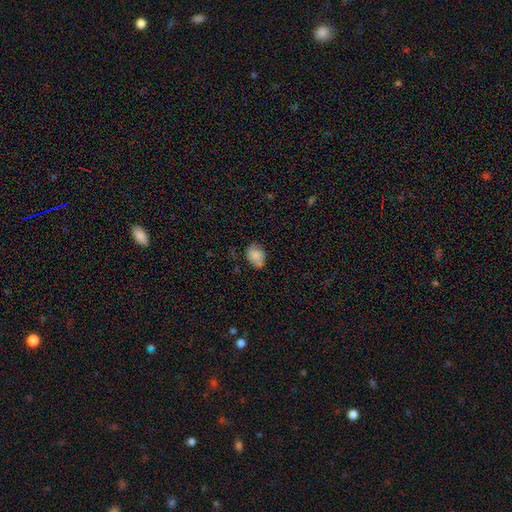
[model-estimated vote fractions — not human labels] Morphology: type=smooth (81%); roundness=in between (56%); merging=none (54%).